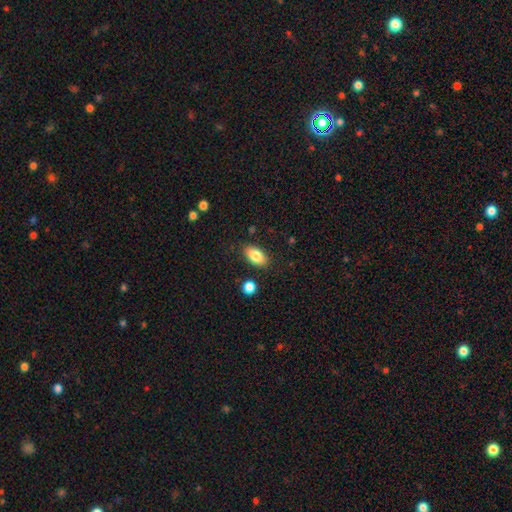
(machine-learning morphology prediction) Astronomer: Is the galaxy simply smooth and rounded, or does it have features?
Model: smooth — 83%.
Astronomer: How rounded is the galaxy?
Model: in between — 91%.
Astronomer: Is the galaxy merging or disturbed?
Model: none — 85%.